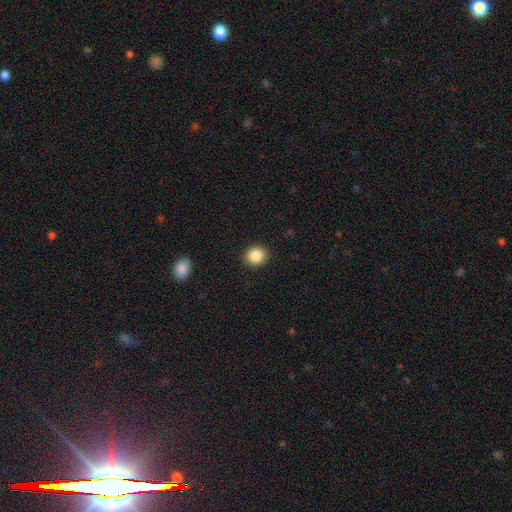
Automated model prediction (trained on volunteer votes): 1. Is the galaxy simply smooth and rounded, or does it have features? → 86% smooth, 9% star or artifact, 5% featured or disk.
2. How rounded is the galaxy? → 84% round, 15% in between, 1% cigar-shaped.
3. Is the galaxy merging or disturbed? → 91% none, 6% minor disturbance, 2% major disturbance, 1% merger.